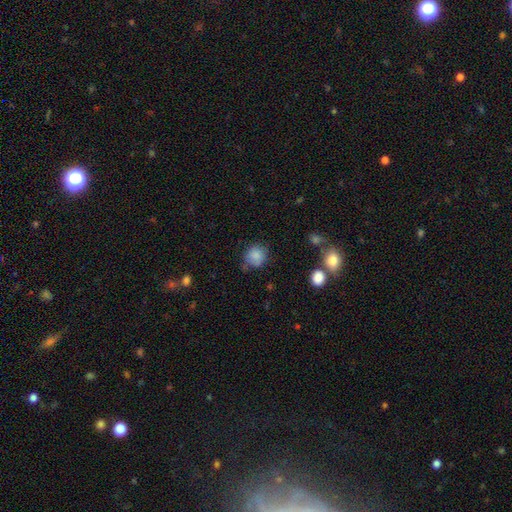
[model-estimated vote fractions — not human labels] smooth_or_featured: smooth (p=0.84) [alt: star or artifact p=0.09]
how_rounded: round (p=0.84) [alt: in between p=0.15]
merging: none (p=0.68) [alt: minor disturbance p=0.21]